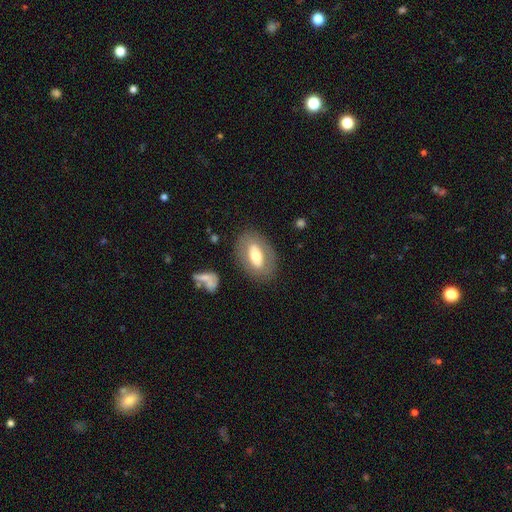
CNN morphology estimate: Smooth or featured: smooth — 50% (featured or disk — 44%)
Merging: none — 79% (minor disturbance — 12%)